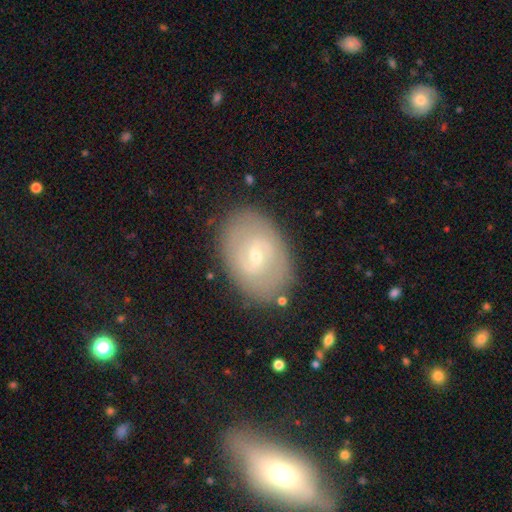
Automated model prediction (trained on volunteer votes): smooth-or-featured: featured or disk: 66% | smooth: 27% | star or artifact: 7%
  disk-edge-on: no: 95% | yes: 5%
    bar: weak: 57% | no: 28% | strong: 15%
    has-spiral-arms: yes: 69% | no: 31%
    bulge-size: small: 65% | moderate: 32% | large: 1% | none: 1% | dominant: 1%
  merging: none: 83% | minor disturbance: 12% | major disturbance: 4% | merger: 2%